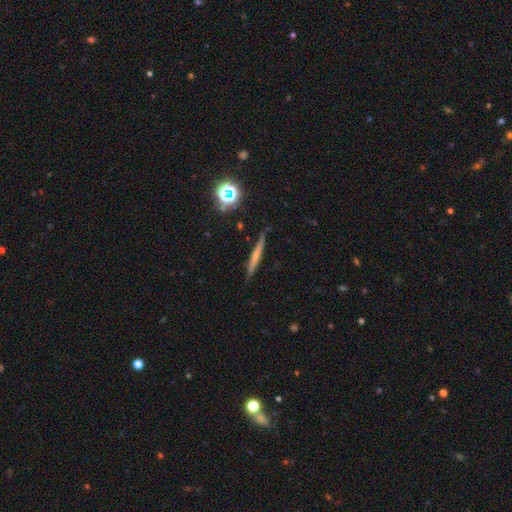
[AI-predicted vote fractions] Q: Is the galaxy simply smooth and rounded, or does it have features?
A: featured or disk — 49%.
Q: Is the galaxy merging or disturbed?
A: none — 86%.